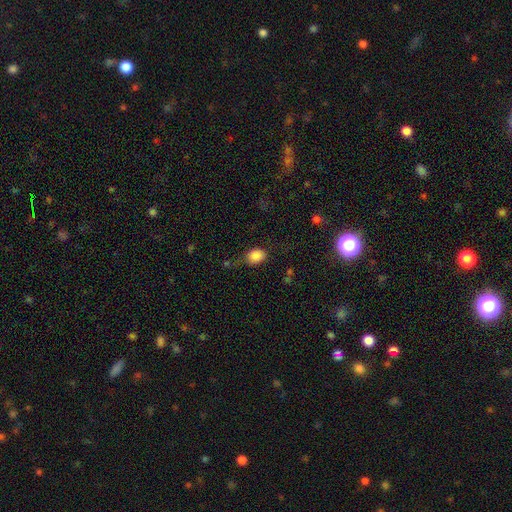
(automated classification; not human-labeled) smooth 85%, star or artifact 9%, featured or disk 6%. Down the decision tree: how rounded — in between (62%); merging — none (61%).